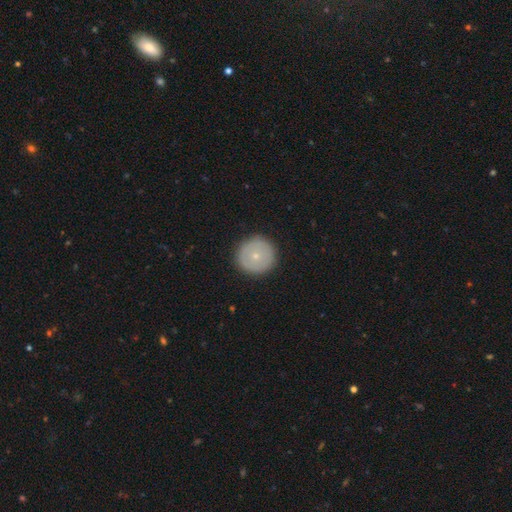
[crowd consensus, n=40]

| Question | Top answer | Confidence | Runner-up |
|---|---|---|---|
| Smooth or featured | smooth | 60% | featured or disk (35%) |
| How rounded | round | 100% | — |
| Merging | none | 97% | minor disturbance (3%) |